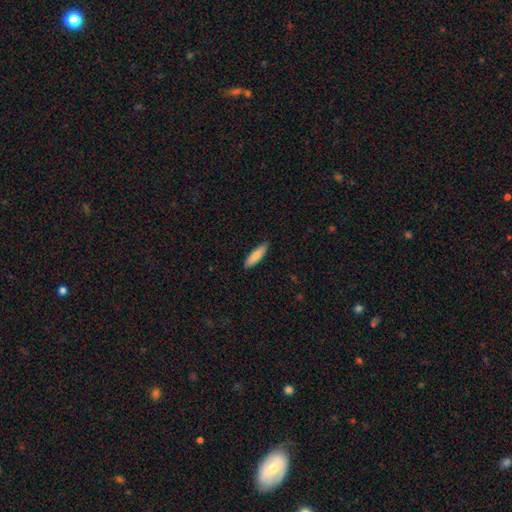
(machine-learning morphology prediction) The model was most divided on "how rounded": cigar-shaped: 67%, in between: 32%, round: 1%. More confident: merging — none (88%); smooth or featured — smooth (84%).